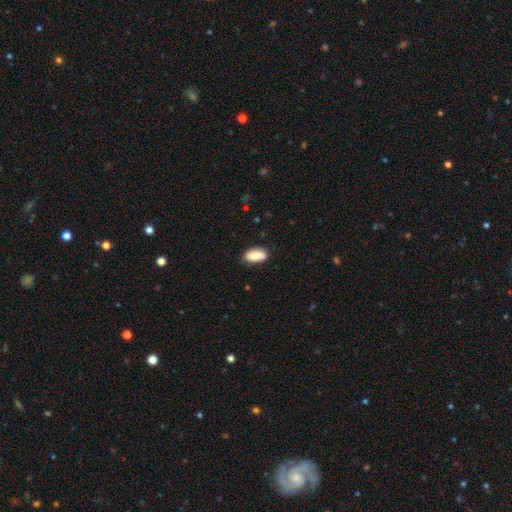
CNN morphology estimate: smooth-or-featured: smooth: 83% | featured or disk: 10% | star or artifact: 7%
  how-rounded: in between: 89% | cigar-shaped: 8% | round: 3%
  merging: none: 77% | minor disturbance: 18% | major disturbance: 3% | merger: 2%